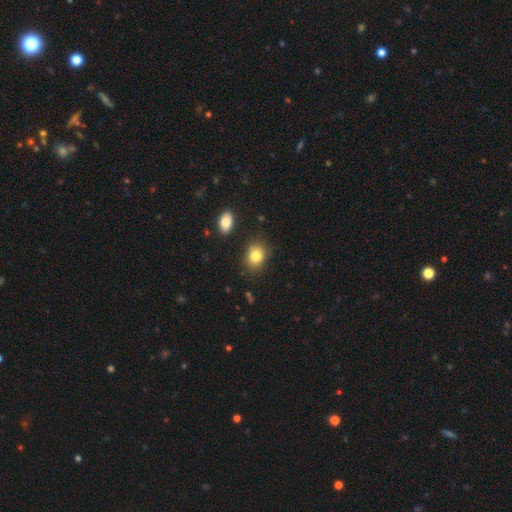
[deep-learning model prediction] The model was most divided on "how rounded": in between: 52%, round: 47%, cigar-shaped: 1%. More confident: smooth or featured — smooth (83%); merging — none (81%).